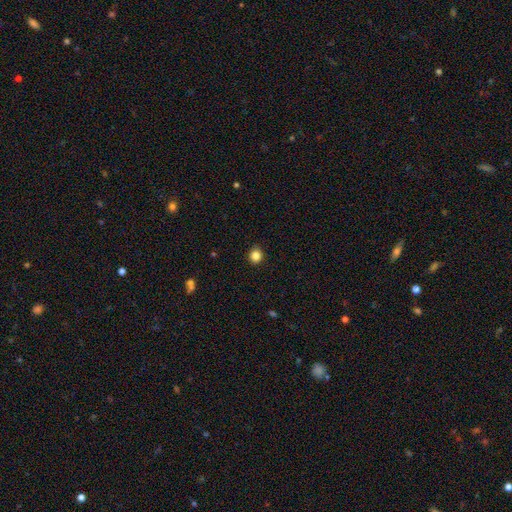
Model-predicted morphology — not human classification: smooth-or-featured: smooth: 85% | star or artifact: 11% | featured or disk: 4%
  how-rounded: round: 80% | in between: 19% | cigar-shaped: 1%
  merging: none: 90% | minor disturbance: 7% | major disturbance: 2% | merger: 1%